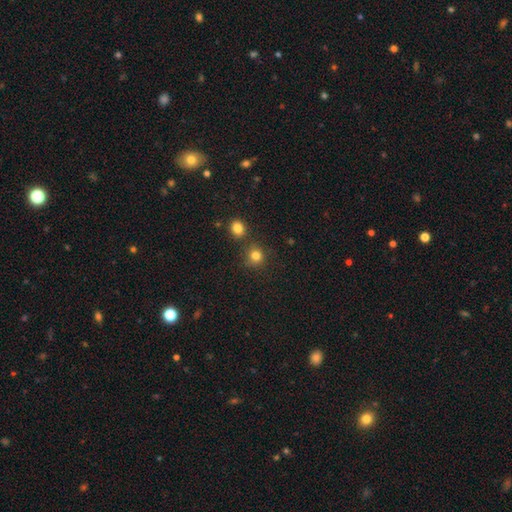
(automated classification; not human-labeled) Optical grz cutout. It shows a smooth galaxy with no disk features (80%) that is round (88%). Merging: none (75%).